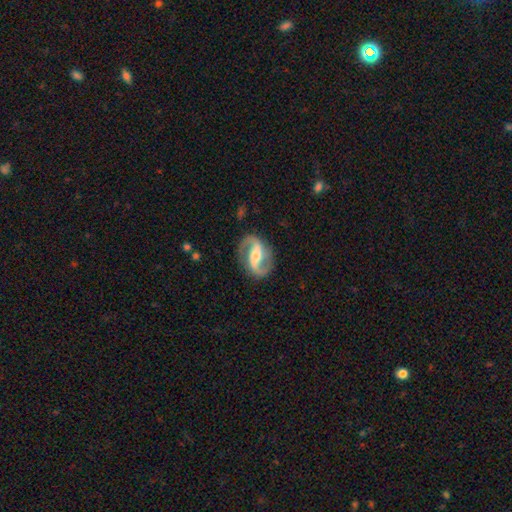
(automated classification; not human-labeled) Q: Smooth or featured?
A: featured or disk (89%); runner-up: smooth (7%)
Q: Edge-on disk?
A: no (97%); runner-up: yes (3%)
Q: Bar?
A: strong (51%); runner-up: weak (32%)
Q: Spiral arms?
A: yes (96%); runner-up: no (4%)
Q: Spiral winding?
A: medium (51%); runner-up: loose (32%)
Q: Spiral arm count?
A: 2 (94%); runner-up: can't tell (2%)
Q: Bulge size?
A: moderate (60%); runner-up: small (27%)
Q: Merging?
A: none (85%); runner-up: minor disturbance (10%)